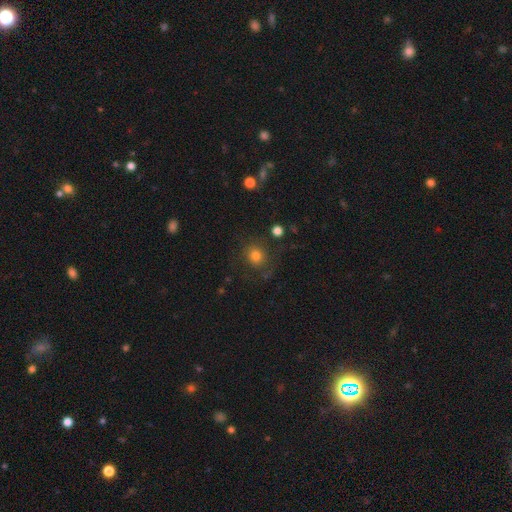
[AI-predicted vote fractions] Q: Smooth or featured?
A: smooth (75%); runner-up: star or artifact (14%)
Q: How rounded?
A: round (82%); runner-up: in between (17%)
Q: Merging?
A: none (75%); runner-up: minor disturbance (14%)